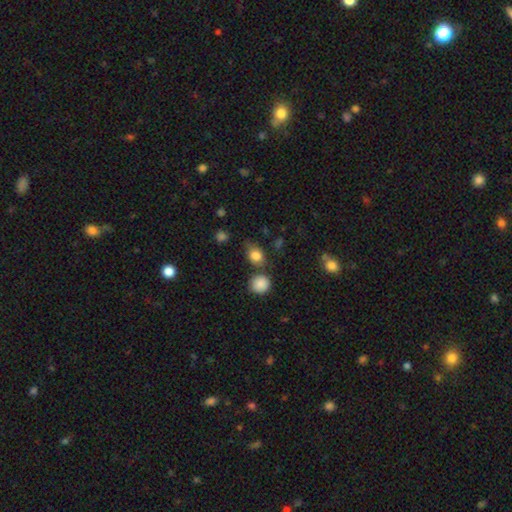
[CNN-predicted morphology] A smooth galaxy with no disk features (83%) that is in between round and cigar-shaped (54%). Merging: none (62%).